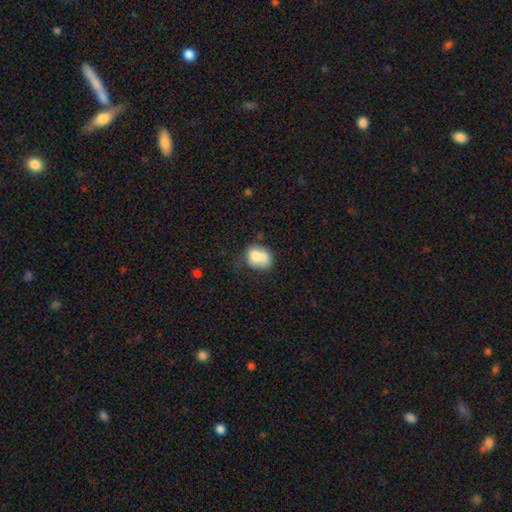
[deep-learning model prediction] The model was most divided on "how rounded": round: 50%, in between: 49%, cigar-shaped: 1%. Remaining: smooth or featured — smooth (73%); merging — none (36%).